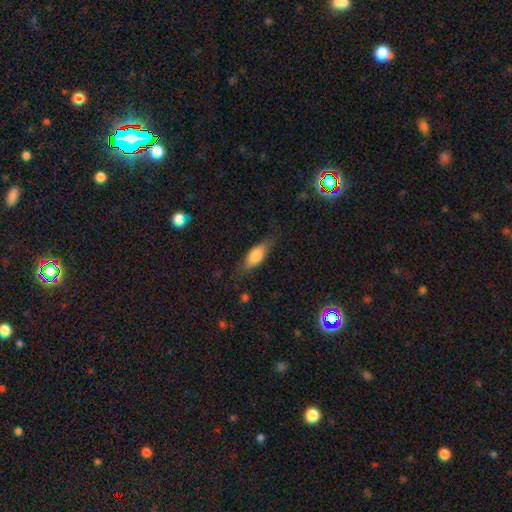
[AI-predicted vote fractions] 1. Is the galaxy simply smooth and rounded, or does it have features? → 72% smooth, 22% featured or disk, 7% star or artifact.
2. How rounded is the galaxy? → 74% in between, 23% cigar-shaped, 3% round.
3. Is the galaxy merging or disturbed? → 73% none, 20% minor disturbance, 6% major disturbance, 1% merger.